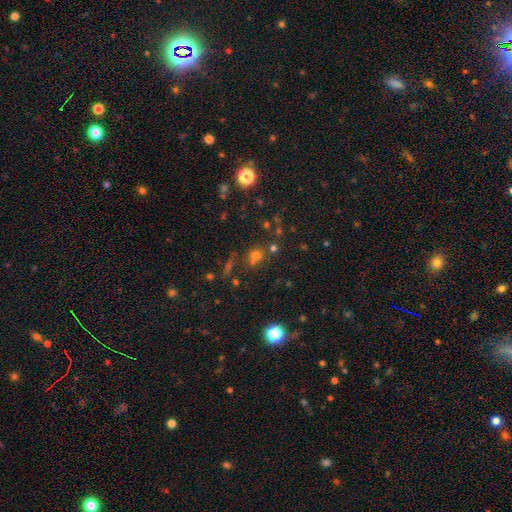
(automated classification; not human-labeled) Smooth or featured?
  - smooth: 59% *
  - star or artifact: 31%
  - featured or disk: 10%
How rounded?
  - round: 83% *
  - in between: 15%
  - cigar-shaped: 1%
Merging?
  - none: 61% *
  - merger: 24%
  - minor disturbance: 10%
  - major disturbance: 5%